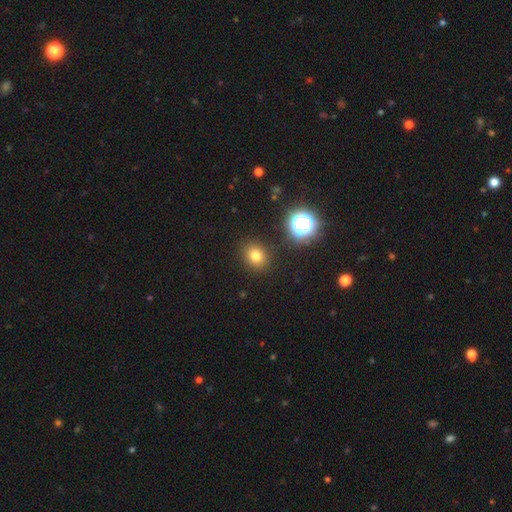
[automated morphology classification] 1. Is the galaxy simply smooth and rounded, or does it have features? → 76% smooth, 17% star or artifact, 7% featured or disk.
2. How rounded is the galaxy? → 69% round, 31% in between, 1% cigar-shaped.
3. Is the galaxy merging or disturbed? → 88% none, 7% minor disturbance, 3% major disturbance, 2% merger.